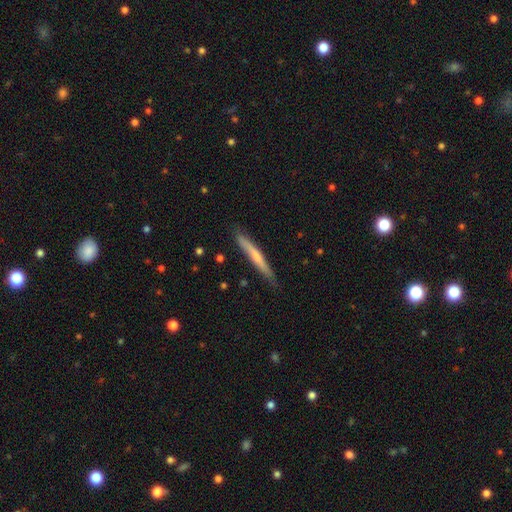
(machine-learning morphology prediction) smooth 57%, featured or disk 38%, star or artifact 5%. Down the decision tree: how rounded — cigar-shaped (96%); merging — none (82%).